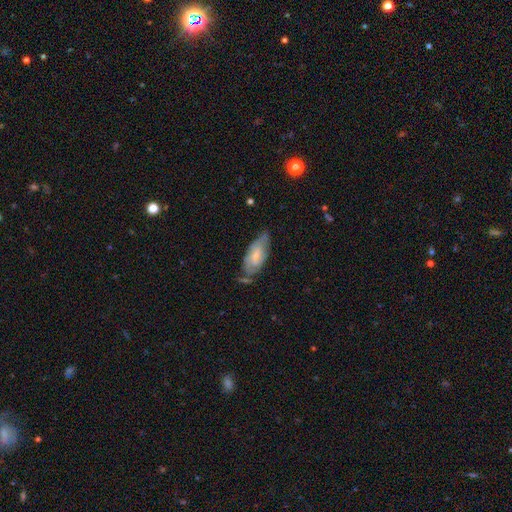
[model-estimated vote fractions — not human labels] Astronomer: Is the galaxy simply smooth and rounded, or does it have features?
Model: featured or disk — 48% (runner-up: smooth, 45%).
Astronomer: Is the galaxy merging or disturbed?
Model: none — 50% (runner-up: minor disturbance, 33%).